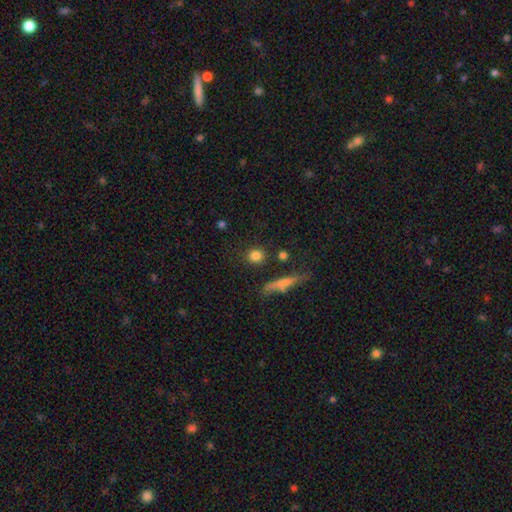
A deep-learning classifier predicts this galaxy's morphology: Overall: smooth (83%). How rounded: round (76%). Merging: none (83%).